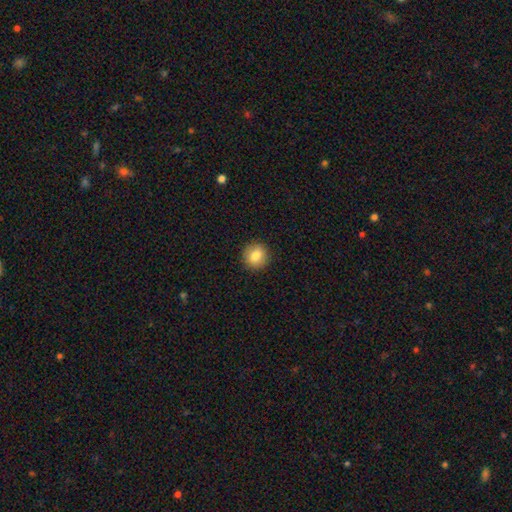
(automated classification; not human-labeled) Smooth or featured? Predicted: smooth (p=0.82). How rounded? Predicted: round (p=0.89). Merging? Predicted: none (p=0.91).